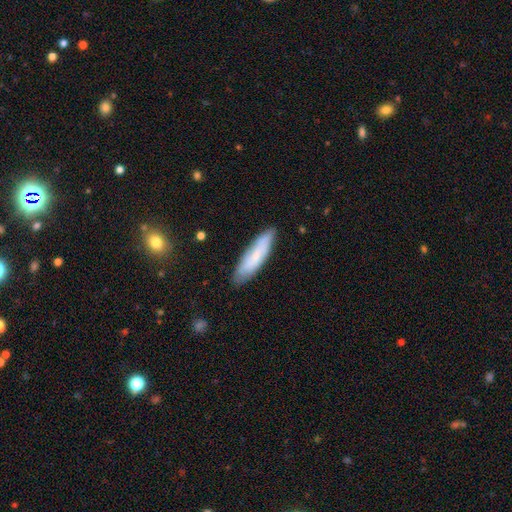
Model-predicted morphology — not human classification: Smooth or featured? Predicted: smooth (p=0.60). How rounded? Predicted: cigar-shaped (p=0.65). Merging? Predicted: none (p=0.81).